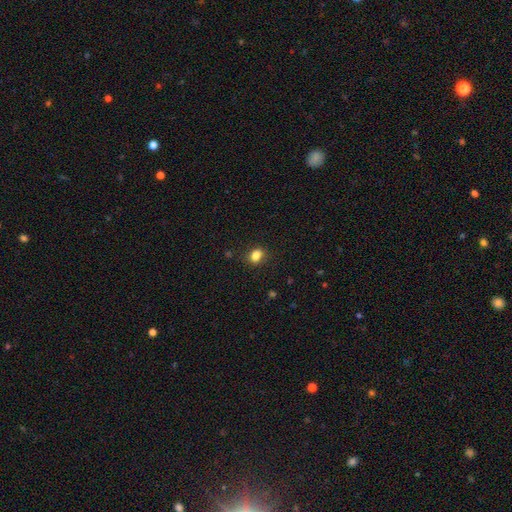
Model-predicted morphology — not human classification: Smooth or featured? Predicted: smooth (p=0.83). How rounded? Predicted: in between (p=0.62). Merging? Predicted: none (p=0.82).